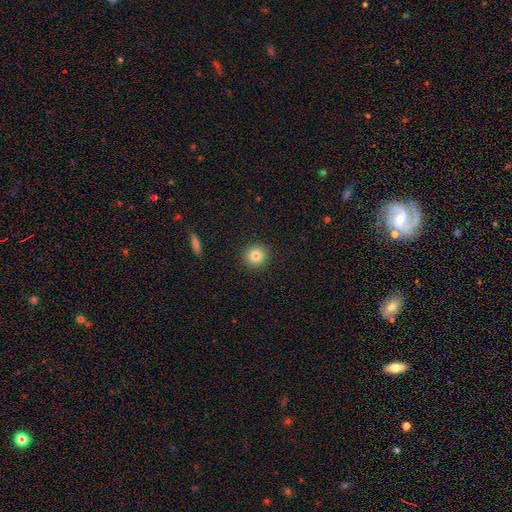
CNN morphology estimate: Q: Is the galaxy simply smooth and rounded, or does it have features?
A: smooth — 82%.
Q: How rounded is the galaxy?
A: round — 94%.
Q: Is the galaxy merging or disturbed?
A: none — 92%.